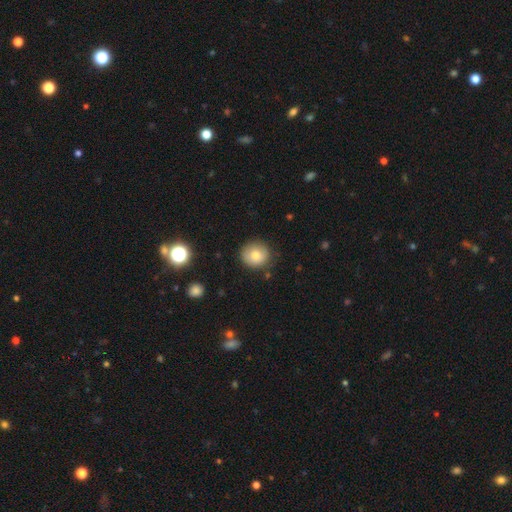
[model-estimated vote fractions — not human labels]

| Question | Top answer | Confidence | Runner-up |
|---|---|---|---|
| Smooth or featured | smooth | 77% | featured or disk (13%) |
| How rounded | round | 87% | in between (12%) |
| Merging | none | 82% | minor disturbance (13%) |